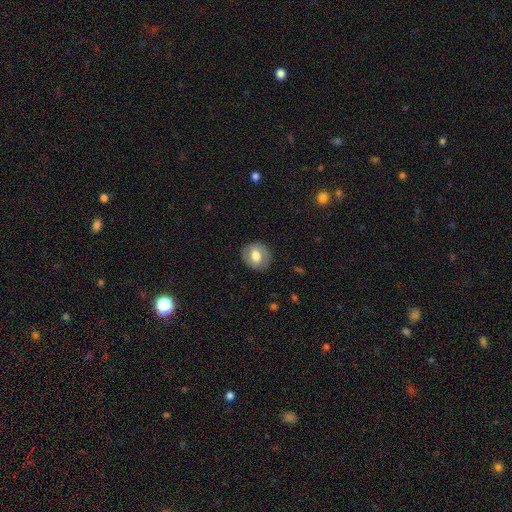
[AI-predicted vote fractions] smooth 57%, featured or disk 36%, star or artifact 7%. Down the decision tree: how rounded — round (62%); merging — none (82%).